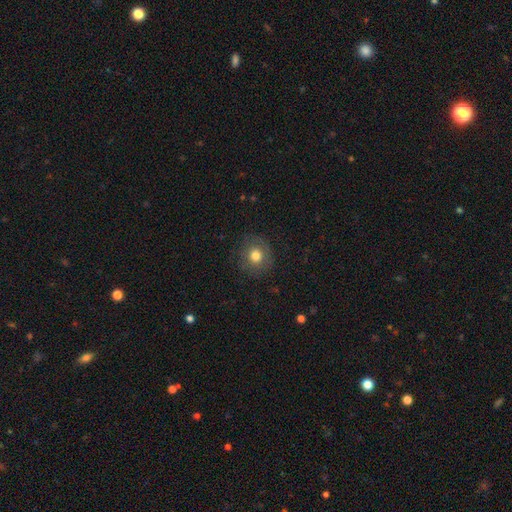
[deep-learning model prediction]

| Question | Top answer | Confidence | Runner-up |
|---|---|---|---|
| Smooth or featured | smooth | 77% | featured or disk (13%) |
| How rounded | round | 87% | in between (12%) |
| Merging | none | 84% | minor disturbance (11%) |